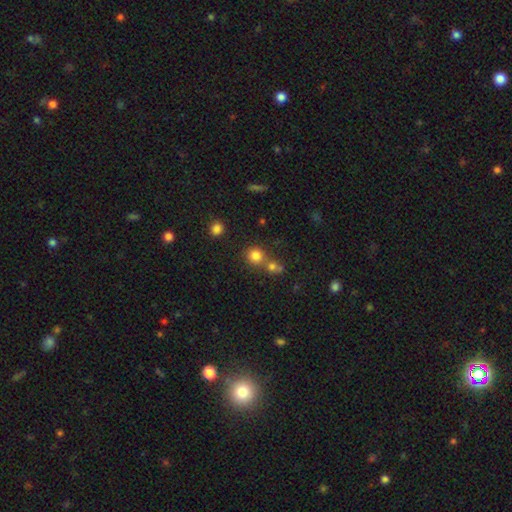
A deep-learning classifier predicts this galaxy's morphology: smooth-or-featured: smooth: 79% | star or artifact: 15% | featured or disk: 7%
  how-rounded: round: 89% | in between: 10% | cigar-shaped: 1%
  merging: none: 58% | merger: 32% | minor disturbance: 7% | major disturbance: 3%